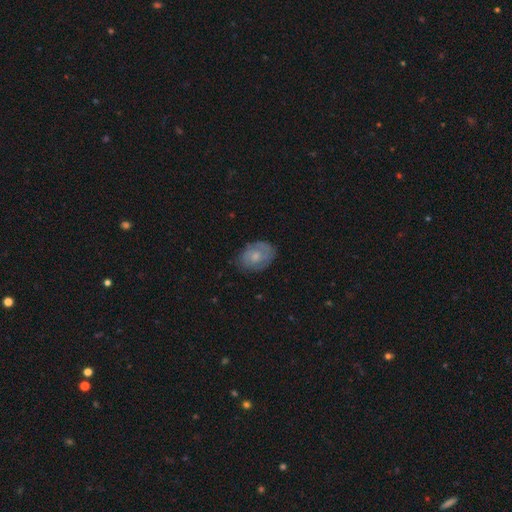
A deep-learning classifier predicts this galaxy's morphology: type=featured or disk (49%); merging=none (73%).